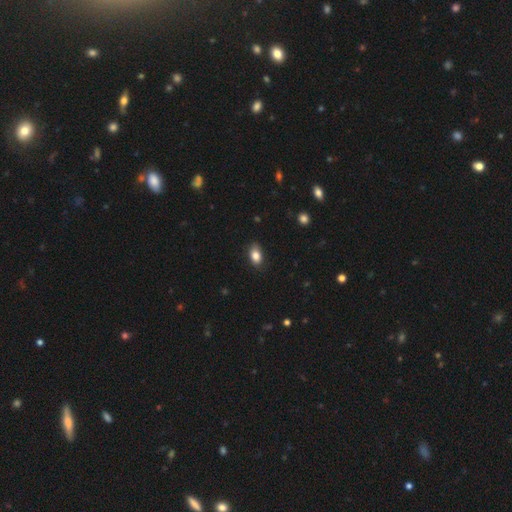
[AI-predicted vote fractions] smooth 83%, featured or disk 9%, star or artifact 8%. Down the decision tree: how rounded — in between (87%); merging — none (81%).